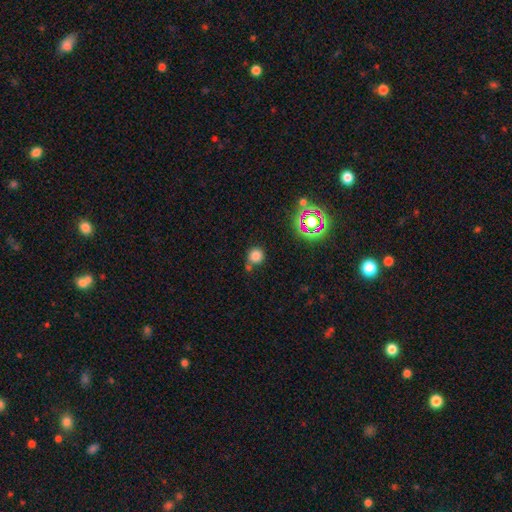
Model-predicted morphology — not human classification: The model was most divided on "merging": none: 67%, merger: 15%, minor disturbance: 13%, major disturbance: 5%. More confident: how rounded — round (92%); smooth or featured — smooth (77%).